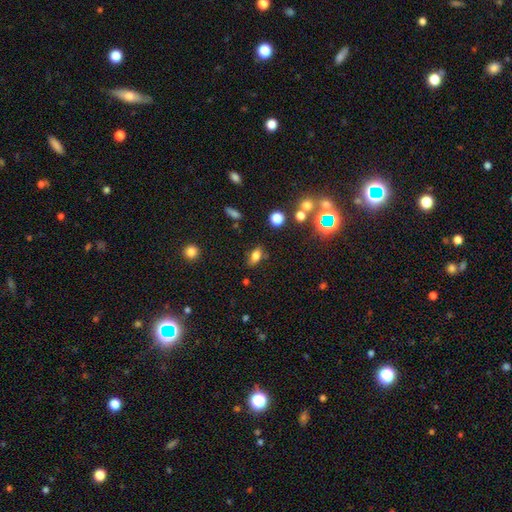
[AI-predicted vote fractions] smooth 76%, star or artifact 13%, featured or disk 11%. Down the decision tree: how rounded — in between (82%); merging — none (75%).